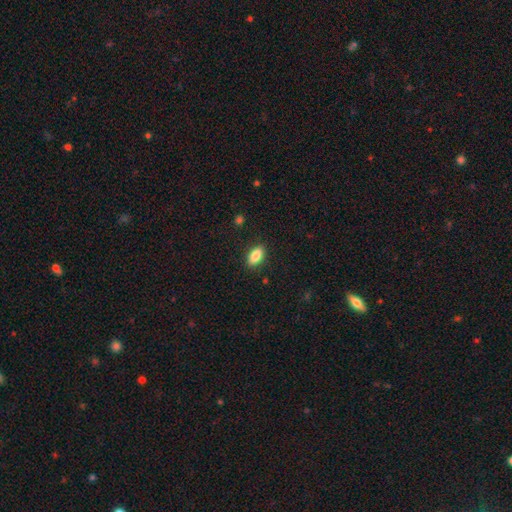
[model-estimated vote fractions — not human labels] Morphology: type=smooth (87%); roundness=in between (89%); merging=none (87%).